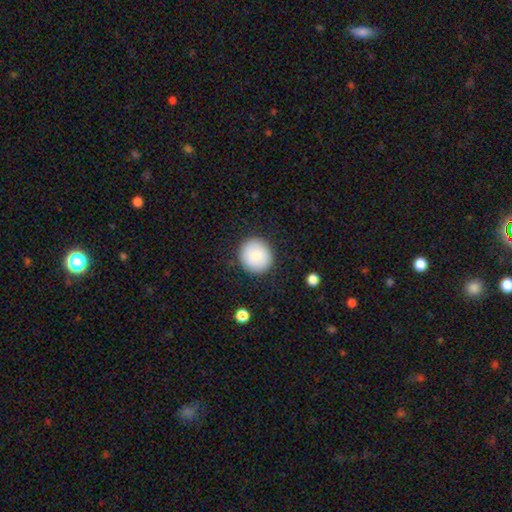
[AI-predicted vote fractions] smooth-or-featured: smooth: 87% | star or artifact: 7% | featured or disk: 6%
  how-rounded: round: 92% | in between: 7% | cigar-shaped: 1%
  merging: none: 89% | minor disturbance: 7% | major disturbance: 2% | merger: 1%